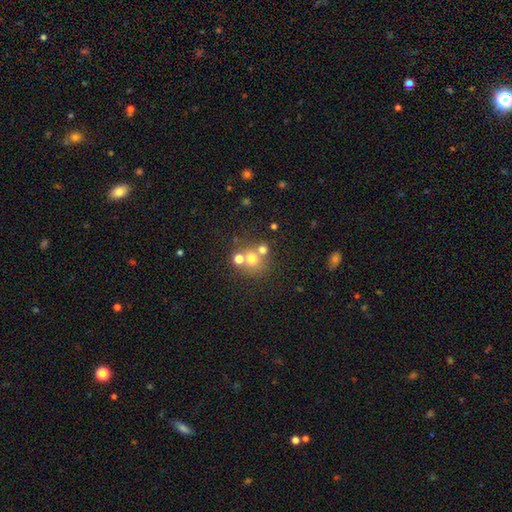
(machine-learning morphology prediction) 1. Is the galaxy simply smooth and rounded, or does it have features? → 56% smooth, 24% star or artifact, 20% featured or disk.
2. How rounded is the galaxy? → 82% round, 17% in between, 1% cigar-shaped.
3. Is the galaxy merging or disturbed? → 48% none, 40% merger, 8% minor disturbance, 4% major disturbance.